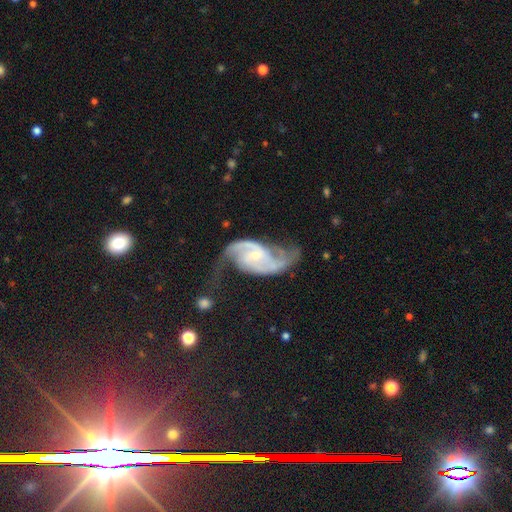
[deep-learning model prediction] smooth_or_featured: featured or disk (p=0.91) [alt: star or artifact p=0.05]
disk_edge_on: no (p=0.97) [alt: yes p=0.03]
bar: no (p=0.43) [alt: weak p=0.42]
has_spiral_arms: yes (p=0.97) [alt: no p=0.03]
spiral_winding: medium (p=0.43) [tied with: loose p=0.43]
spiral_arm_count: 2 (p=0.92) [alt: can't tell p=0.03]
bulge_size: small (p=0.67) [alt: moderate p=0.28]
merging: none (p=0.56) [alt: minor disturbance p=0.21]